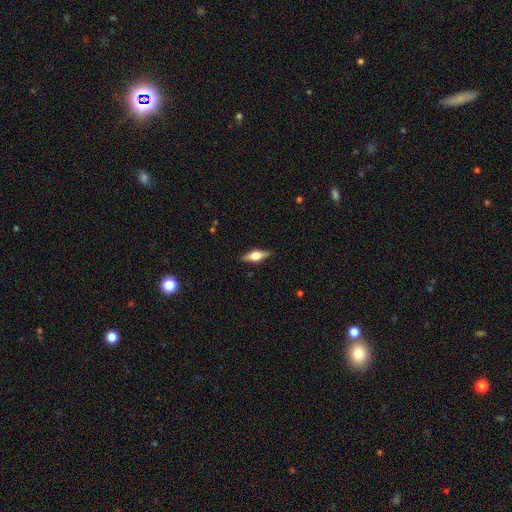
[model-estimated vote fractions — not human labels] The model was most divided on "smooth or featured": featured or disk: 58%, smooth: 36%, star or artifact: 7%. More confident: edge-on disk — yes (95%); edge-on bulge — rounded (92%); merging — none (87%).